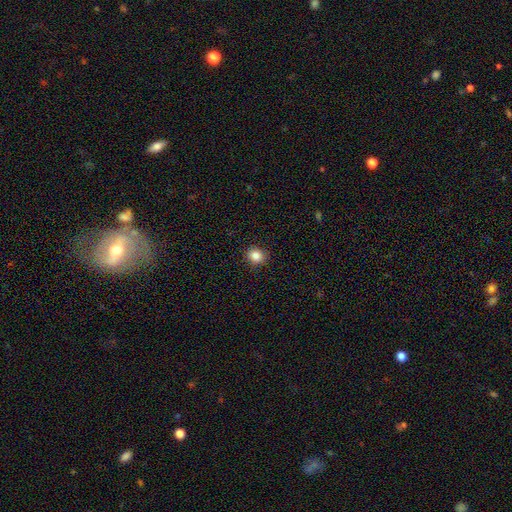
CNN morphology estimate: smooth-or-featured: smooth: 85% | star or artifact: 10% | featured or disk: 5%
  how-rounded: round: 77% | in between: 22% | cigar-shaped: 1%
  merging: none: 91% | minor disturbance: 7% | major disturbance: 2% | merger: 1%